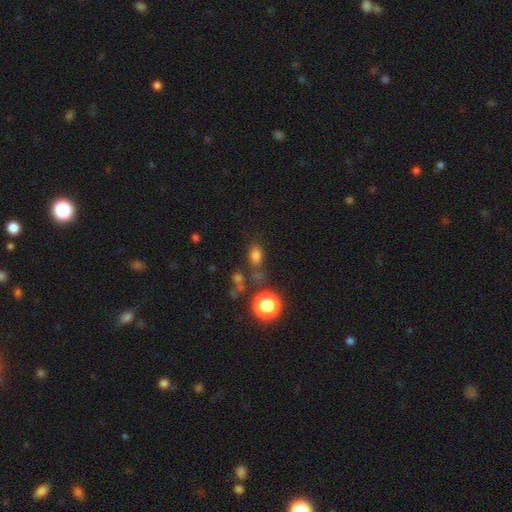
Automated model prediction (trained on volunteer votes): Smooth or featured: smooth — 72% (star or artifact — 21%)
How rounded: in between — 72% (round — 24%)
Merging: none — 62% (minor disturbance — 16%)